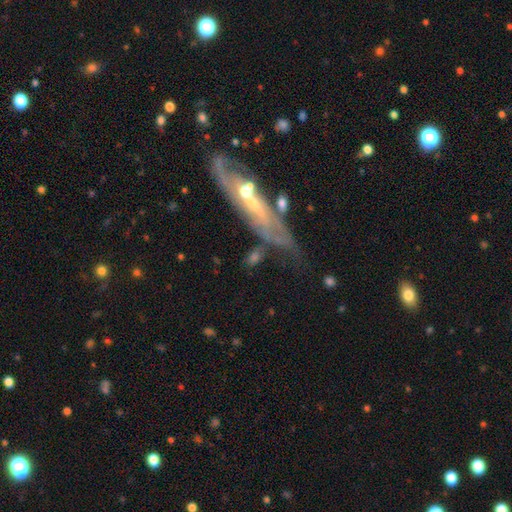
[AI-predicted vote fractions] smooth-or-featured: featured or disk: 57% | smooth: 32% | star or artifact: 11%
  disk-edge-on: no: 58% | yes: 42%
  merging: none: 43% | minor disturbance: 22% | major disturbance: 18% | merger: 17%